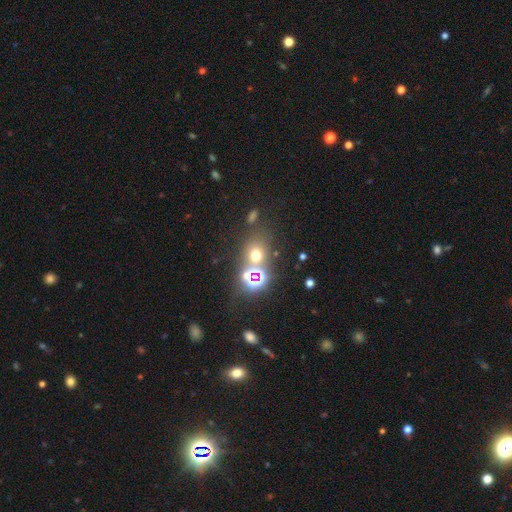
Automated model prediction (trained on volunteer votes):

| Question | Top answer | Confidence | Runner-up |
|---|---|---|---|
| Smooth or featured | smooth | 54% | star or artifact (36%) |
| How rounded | round | 72% | in between (27%) |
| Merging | none | 65% | merger (19%) |